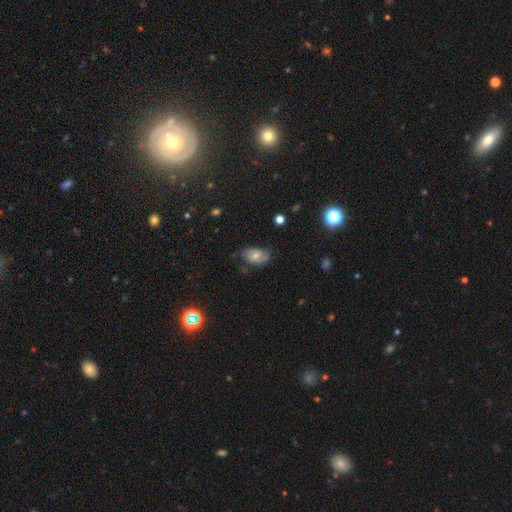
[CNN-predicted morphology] The model was most divided on "smooth or featured": smooth: 45%, featured or disk: 44%, star or artifact: 11%. More confident: merging — none (52%).